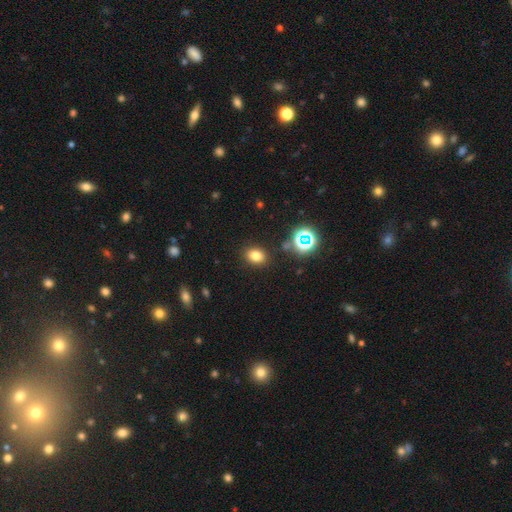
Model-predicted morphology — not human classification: smooth 76%, star or artifact 17%, featured or disk 7%. Down the decision tree: how rounded — in between (63%); merging — none (86%).